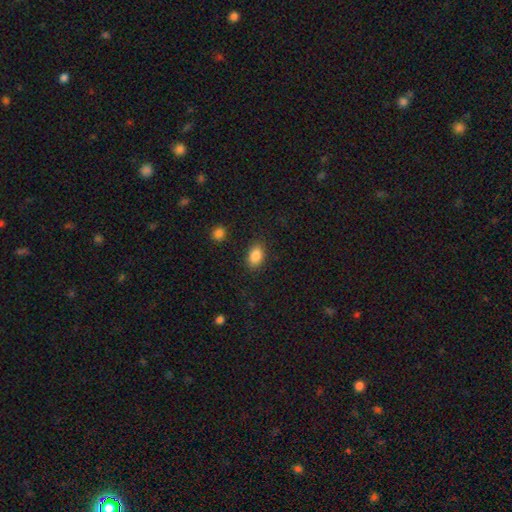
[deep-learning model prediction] Smooth or featured: smooth — 87% (star or artifact — 8%)
How rounded: in between — 83% (round — 16%)
Merging: none — 87% (minor disturbance — 9%)